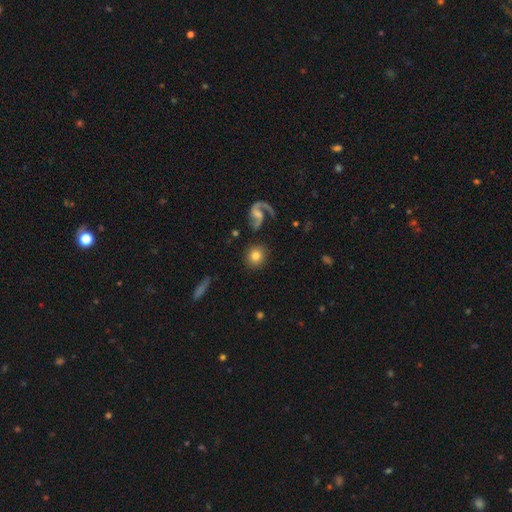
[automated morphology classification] type=smooth (76%); roundness=round (90%); merging=none (87%).